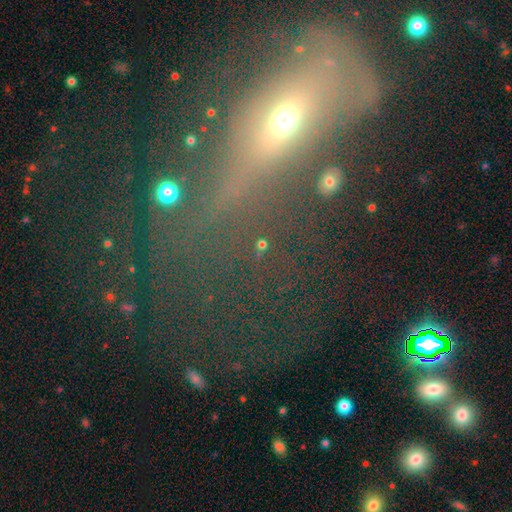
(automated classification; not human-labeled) smooth 37%, featured or disk 32%, star or artifact 30%. Down the decision tree: merging — none (37%, tied with major disturbance).